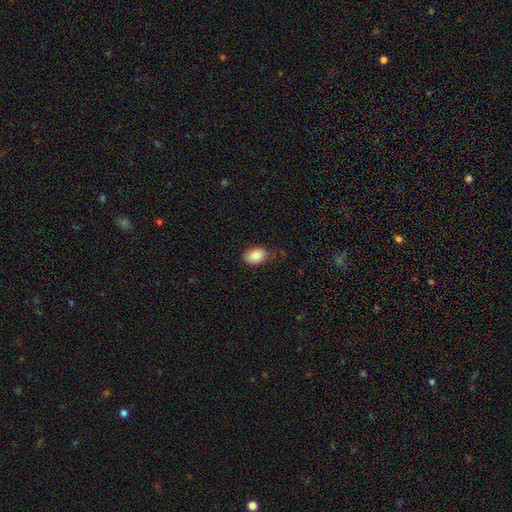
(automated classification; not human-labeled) smooth 85%, featured or disk 8%, star or artifact 7%. Down the decision tree: how rounded — in between (82%); merging — none (62%).